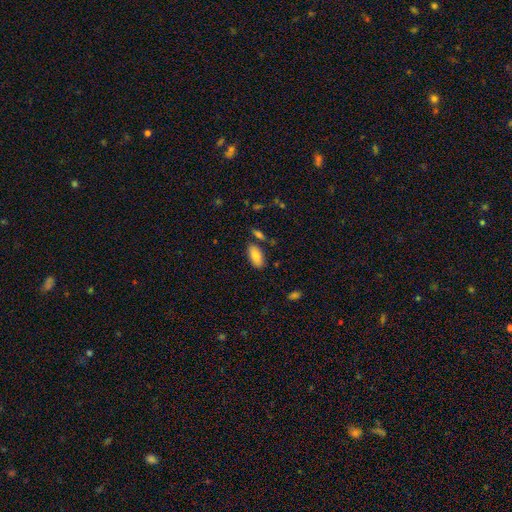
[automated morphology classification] A smooth galaxy with no disk features (82%) that is in between round and cigar-shaped (93%). Merging: none (79%).